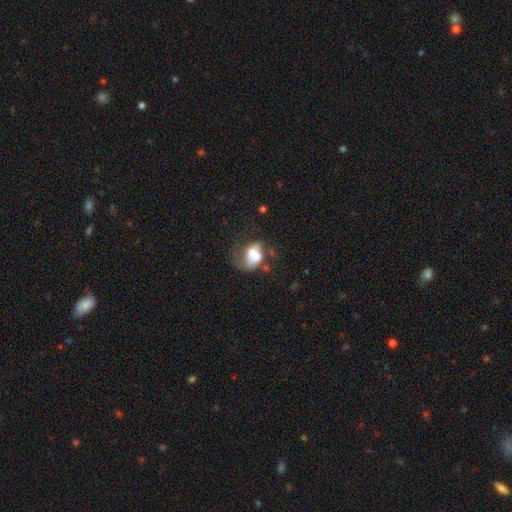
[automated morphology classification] A smooth galaxy with no disk features (52%) that is in between round and cigar-shaped (59%).

Vote fractions:
- Smooth or featured? smooth: 52% / featured or disk: 38% / star or artifact: 10%
- How rounded? in between: 59% / round: 39% / cigar-shaped: 1%
- Merging? merger: 42% / major disturbance: 22% / none: 21% / minor disturbance: 15%